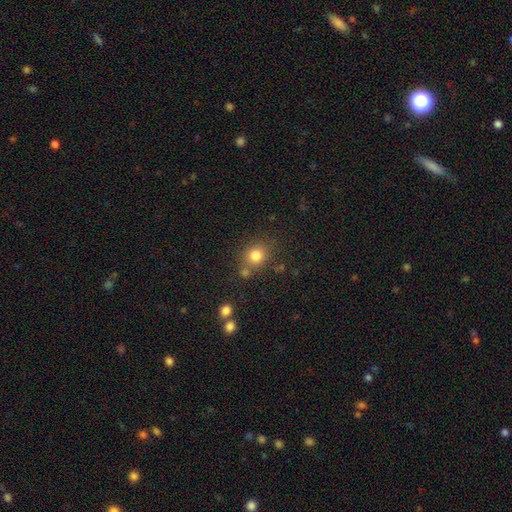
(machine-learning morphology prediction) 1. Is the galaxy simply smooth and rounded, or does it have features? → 80% smooth, 12% star or artifact, 7% featured or disk.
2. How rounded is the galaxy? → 76% round, 23% in between, 1% cigar-shaped.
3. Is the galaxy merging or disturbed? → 69% none, 14% merger, 13% minor disturbance, 5% major disturbance.